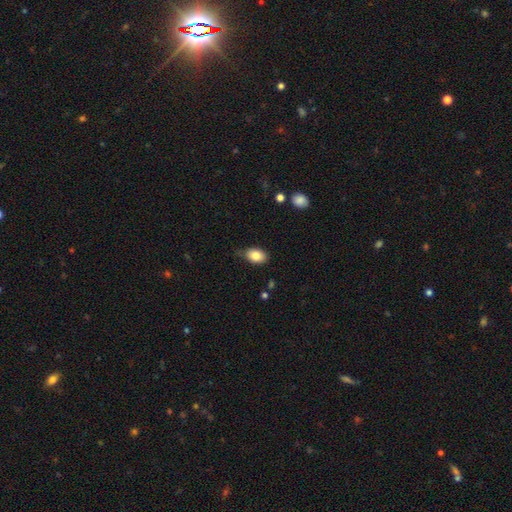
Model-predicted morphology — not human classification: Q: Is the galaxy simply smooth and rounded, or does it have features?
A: smooth — 84%.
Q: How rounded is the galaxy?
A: in between — 84%.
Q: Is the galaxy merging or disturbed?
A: none — 67%.